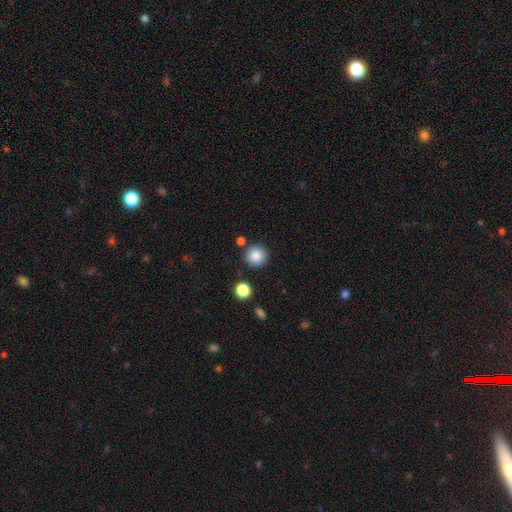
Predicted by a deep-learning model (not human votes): Smooth or featured?
  - smooth: 85% *
  - star or artifact: 10%
  - featured or disk: 5%
How rounded?
  - round: 94% *
  - in between: 5%
  - cigar-shaped: 1%
Merging?
  - none: 86% *
  - minor disturbance: 7%
  - merger: 4%
  - major disturbance: 2%